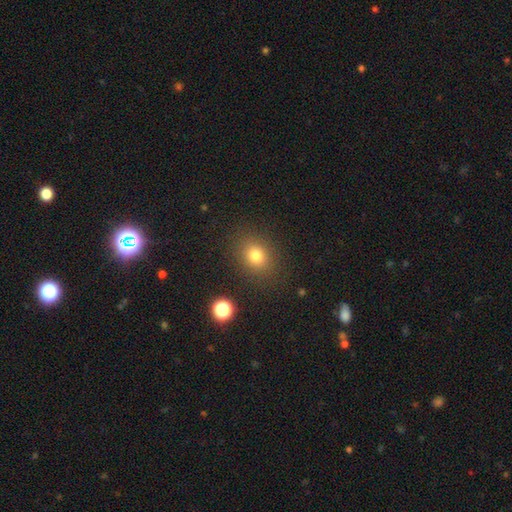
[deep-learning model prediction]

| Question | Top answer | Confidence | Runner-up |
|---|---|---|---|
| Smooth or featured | smooth | 78% | star or artifact (14%) |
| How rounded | round | 59% | in between (40%) |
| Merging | none | 86% | minor disturbance (9%) |